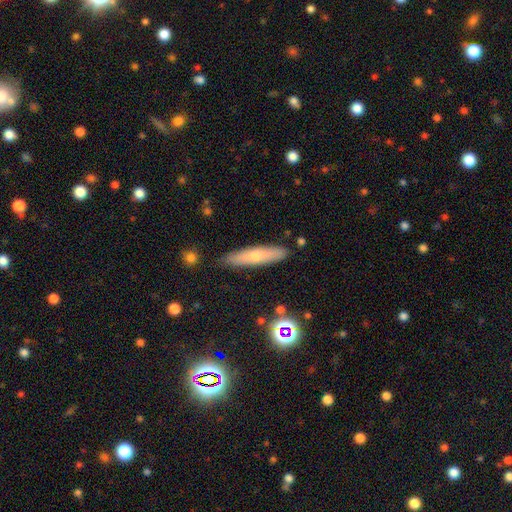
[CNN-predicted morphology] This is possibly a smooth galaxy (58%). How rounded: clearly cigar-shaped (83%). Merging: clearly none (88%).